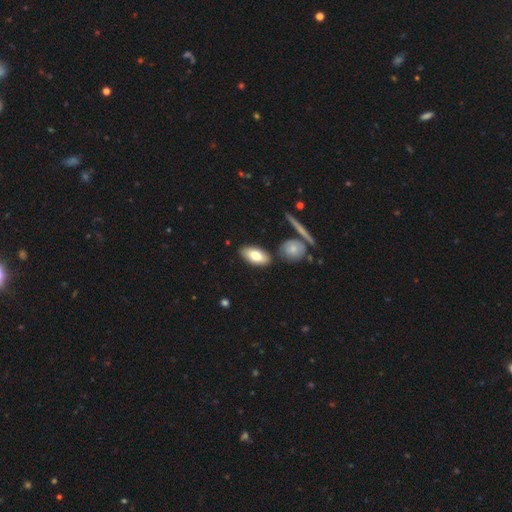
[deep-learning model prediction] This is likely a smooth galaxy (75%). How rounded: clearly in between (89%). Merging: clearly none (80%).